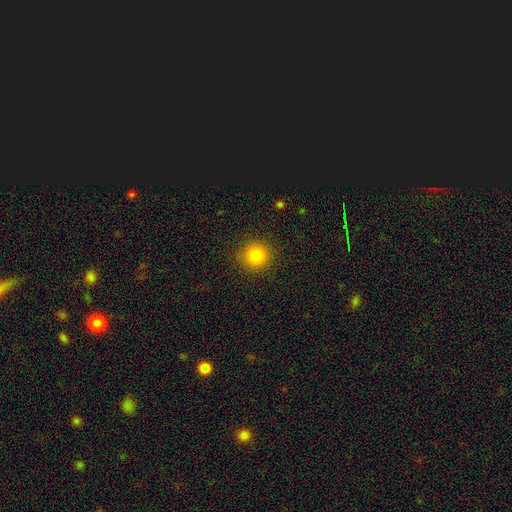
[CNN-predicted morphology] Smooth or featured? smooth (82%)
How rounded? round (93%)
Merging? none (91%)